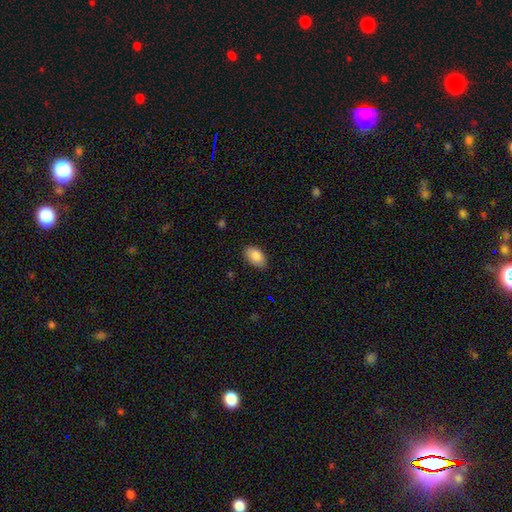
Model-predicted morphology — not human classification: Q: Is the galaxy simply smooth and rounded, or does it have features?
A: smooth — 86%.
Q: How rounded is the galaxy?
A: in between — 91%.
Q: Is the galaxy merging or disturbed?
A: none — 80%.